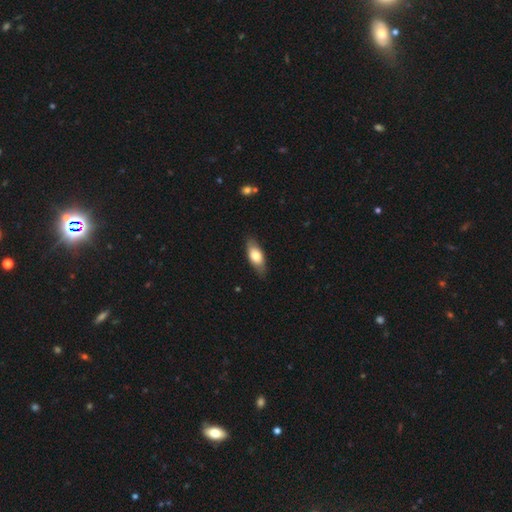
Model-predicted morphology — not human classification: smooth_or_featured: smooth (p=0.70) [alt: featured or disk p=0.24]
how_rounded: in between (p=0.82) [alt: cigar-shaped p=0.15]
merging: none (p=0.81) [alt: minor disturbance p=0.16]